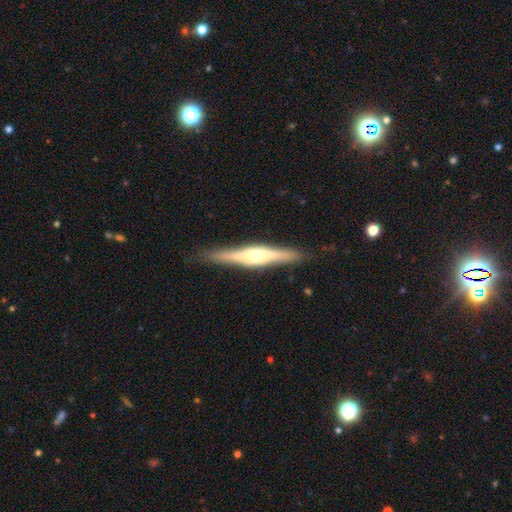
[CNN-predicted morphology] Q: Smooth or featured?
A: featured or disk (76%); runner-up: smooth (18%)
Q: Edge-on disk?
A: yes (97%); runner-up: no (3%)
Q: Edge-on bulge?
A: rounded (81%); runner-up: boxy (15%)
Q: Merging?
A: none (87%); runner-up: minor disturbance (10%)